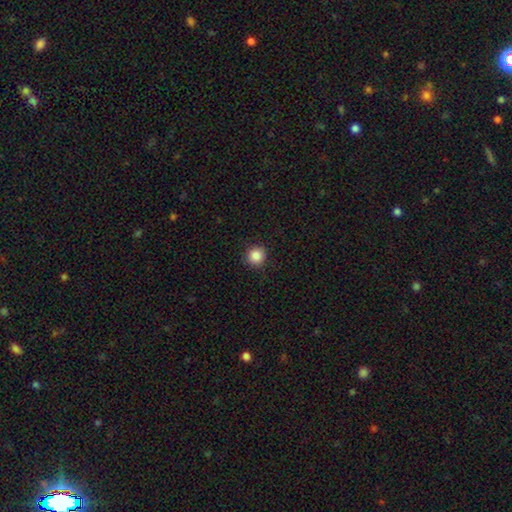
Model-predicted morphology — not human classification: A smooth galaxy with no disk features (87%) that is round (93%).

Vote fractions:
- Smooth or featured? smooth: 87% / star or artifact: 10% / featured or disk: 3%
- How rounded? round: 93% / in between: 6% / cigar-shaped: 1%
- Merging? none: 90% / minor disturbance: 7% / major disturbance: 2% / merger: 1%